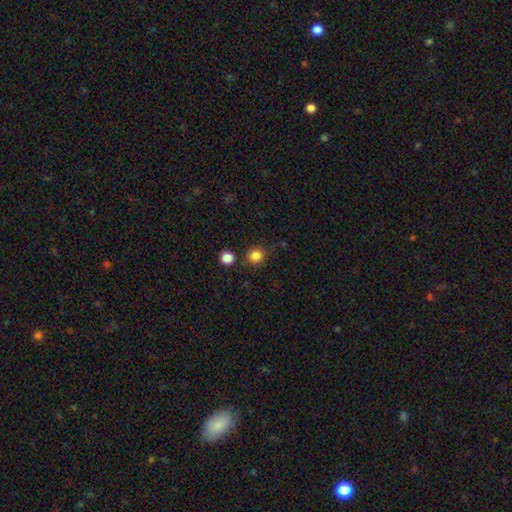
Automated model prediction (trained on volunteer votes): smooth-or-featured: smooth: 84% | star or artifact: 12% | featured or disk: 4%
  how-rounded: round: 90% | in between: 9% | cigar-shaped: 1%
  merging: none: 81% | minor disturbance: 9% | merger: 6% | major disturbance: 3%